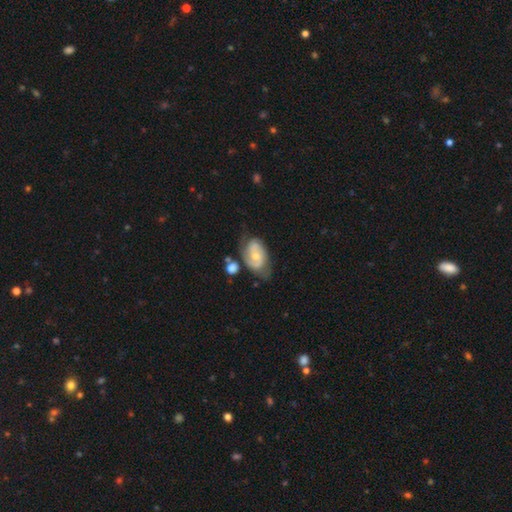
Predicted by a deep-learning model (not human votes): Q: Smooth or featured?
A: featured or disk (70%); runner-up: smooth (24%)
Q: Edge-on disk?
A: no (96%); runner-up: yes (4%)
Q: Bar?
A: no (59%); runner-up: weak (35%)
Q: Spiral arms?
A: yes (89%); runner-up: no (11%)
Q: Spiral winding?
A: medium (43%); runner-up: tight (39%)
Q: Spiral arm count?
A: 2 (74%); runner-up: can't tell (16%)
Q: Bulge size?
A: small (52%); runner-up: moderate (42%)
Q: Merging?
A: none (52%); runner-up: minor disturbance (27%)